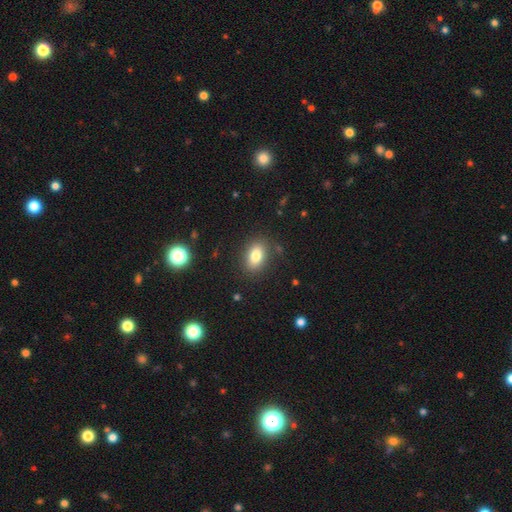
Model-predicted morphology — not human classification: type=smooth (81%); roundness=in between (82%); merging=none (85%).